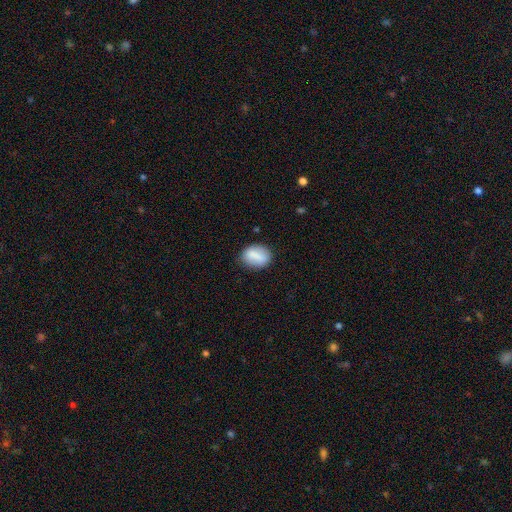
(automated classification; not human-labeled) Smooth or featured? smooth (77%)
How rounded? in between (69%)
Merging? none (79%)